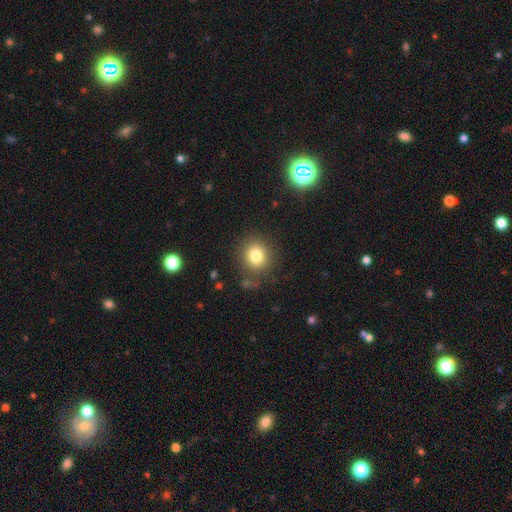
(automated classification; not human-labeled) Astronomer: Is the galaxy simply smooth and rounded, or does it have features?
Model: smooth — 79%.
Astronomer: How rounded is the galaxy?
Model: round — 84%.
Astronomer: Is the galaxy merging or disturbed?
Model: none — 84%.